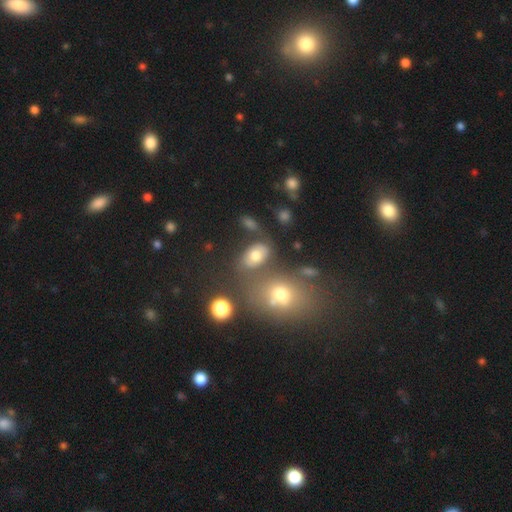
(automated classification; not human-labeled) The model was most divided on "merging": none: 59%, minor disturbance: 17%, merger: 16%, major disturbance: 8%. More confident: how rounded — in between (84%); smooth or featured — smooth (68%).